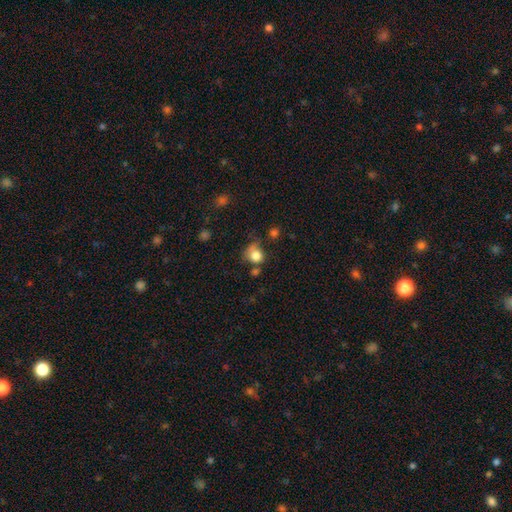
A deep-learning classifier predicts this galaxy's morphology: Smooth or featured? smooth (80%)
How rounded? round (77%)
Merging? none (45%)